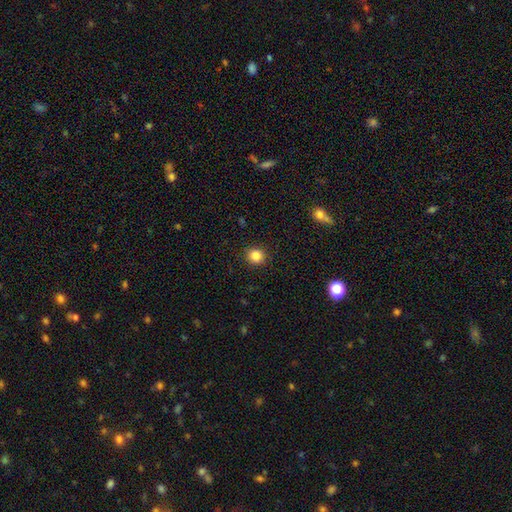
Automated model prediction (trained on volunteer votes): Smooth or featured? smooth (84%)
How rounded? round (90%)
Merging? none (91%)